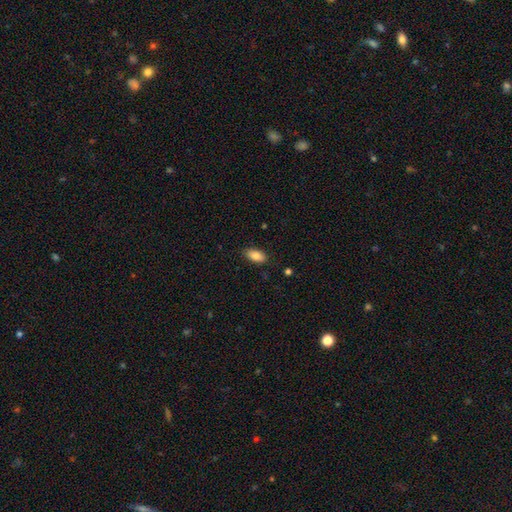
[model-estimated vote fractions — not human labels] smooth 85%, featured or disk 8%, star or artifact 7%. Down the decision tree: how rounded — in between (91%); merging — none (87%).